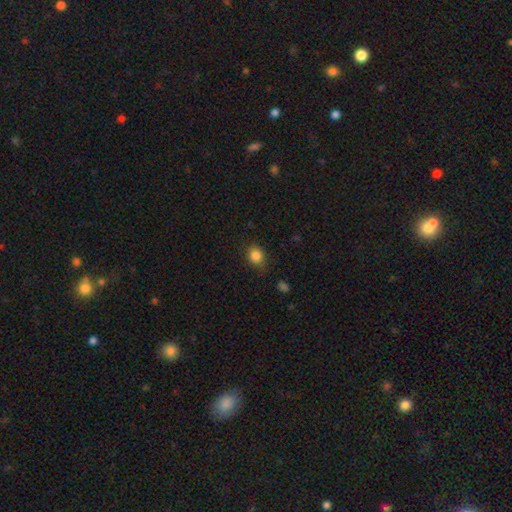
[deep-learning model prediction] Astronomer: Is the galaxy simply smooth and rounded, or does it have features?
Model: smooth — 85%.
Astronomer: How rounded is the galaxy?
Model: round — 68%.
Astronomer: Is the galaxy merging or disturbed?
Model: none — 78%.